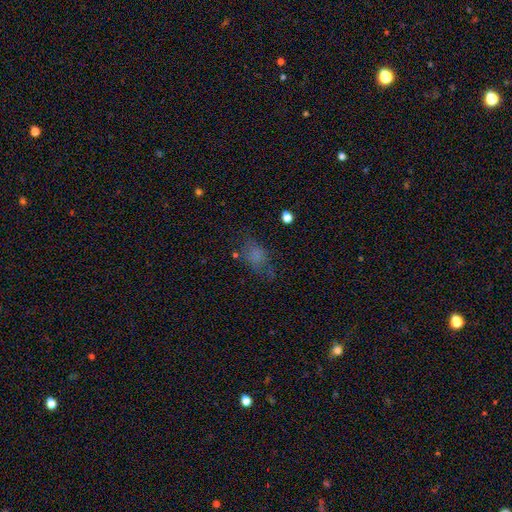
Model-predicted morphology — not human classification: smooth 67%, featured or disk 17%, star or artifact 16%. Down the decision tree: how rounded — in between (78%); merging — none (54%).